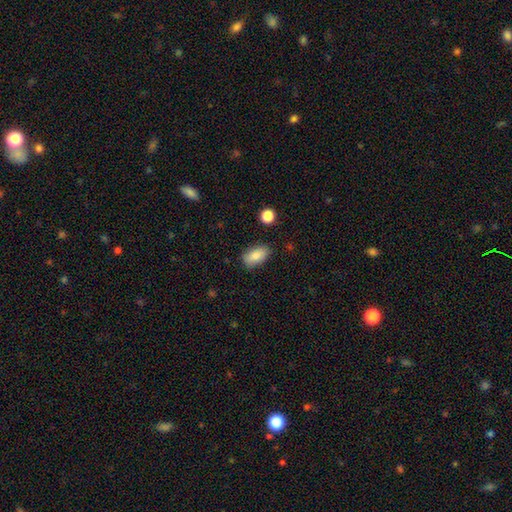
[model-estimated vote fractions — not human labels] Smooth or featured? Predicted: smooth (p=0.83). How rounded? Predicted: in between (p=0.90). Merging? Predicted: none (p=0.82).